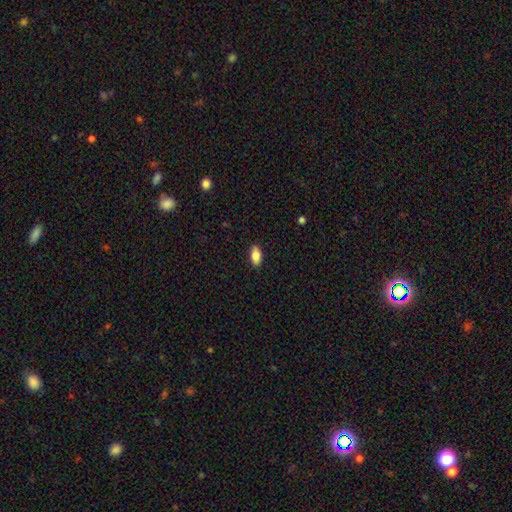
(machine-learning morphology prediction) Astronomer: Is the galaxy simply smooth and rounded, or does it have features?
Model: smooth — 84%.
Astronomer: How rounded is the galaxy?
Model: in between — 89%.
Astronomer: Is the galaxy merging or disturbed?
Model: none — 89%.